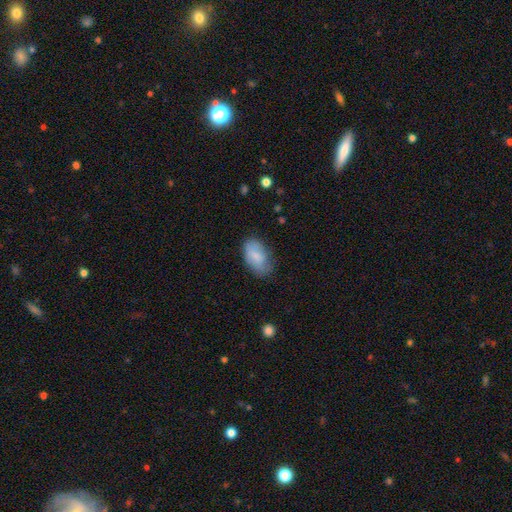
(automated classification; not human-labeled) smooth_or_featured: smooth (p=0.78) [alt: featured or disk p=0.15]
how_rounded: in between (p=0.92) [alt: round p=0.06]
merging: none (p=0.63) [alt: minor disturbance p=0.28]